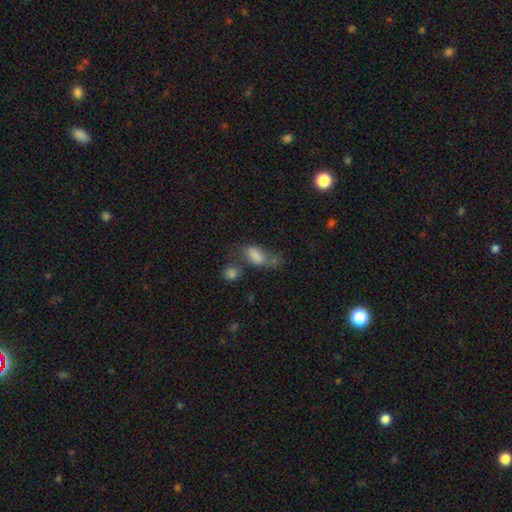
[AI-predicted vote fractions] A smooth galaxy with no disk features (70%) that is in between round and cigar-shaped (81%). Merging: none (32%).